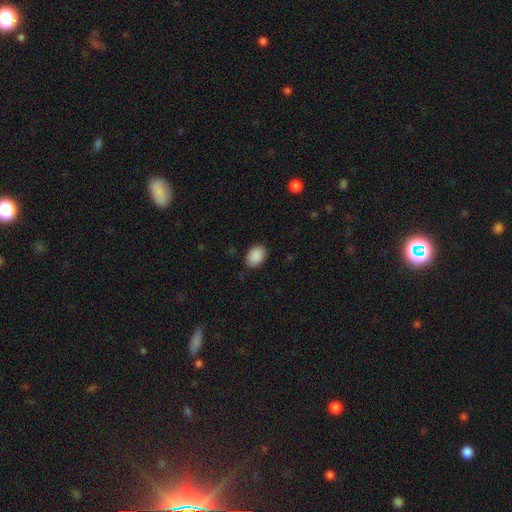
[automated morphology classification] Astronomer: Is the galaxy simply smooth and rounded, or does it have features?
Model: smooth — 90%.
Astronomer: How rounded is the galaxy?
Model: in between — 79%.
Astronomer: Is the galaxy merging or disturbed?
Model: none — 85%.